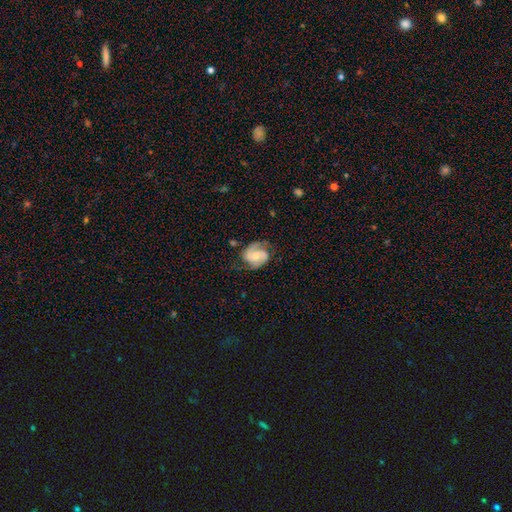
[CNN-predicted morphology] Smooth or featured?
  - featured or disk: 80% *
  - smooth: 14%
  - star or artifact: 6%
Edge-on disk?
  - no: 98% *
  - yes: 2%
Bar?
  - no: 48% *
  - weak: 40%
  - strong: 12%
Spiral arms?
  - yes: 96% *
  - no: 4%
Spiral winding?
  - medium: 50% *
  - tight: 31%
  - loose: 19%
Spiral arm count?
  - 2: 85% *
  - 1: 7%
  - can't tell: 5%
  - 3: 2%
  - 4: 1%
  - more than 4: 1%
Bulge size?
  - moderate: 45% *
  - small: 42%
  - none: 7%
  - large: 4%
  - dominant: 1%
Merging?
  - none: 67% *
  - minor disturbance: 21%
  - major disturbance: 10%
  - merger: 2%